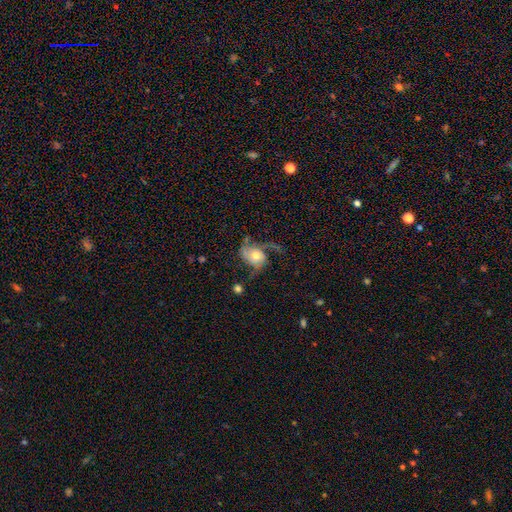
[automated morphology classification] Smooth or featured? featured or disk (69%)
Edge-on disk? no (97%)
Bar? no (77%)
Spiral arms? yes (88%)
Spiral winding? loose (56%)
Spiral arm count? 2 (59%)
Bulge size? moderate (64%)
Merging? none (42%)